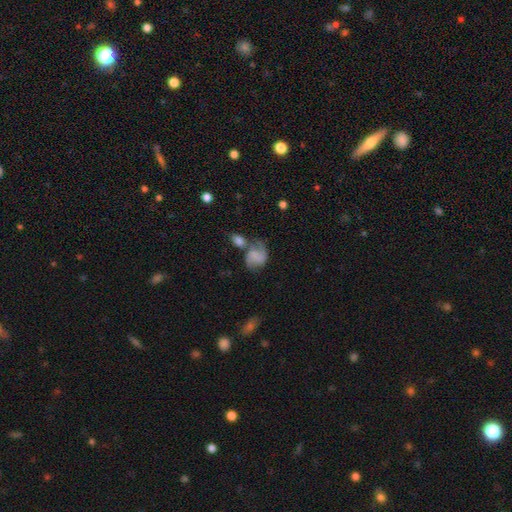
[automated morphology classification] smooth-or-featured: featured or disk: 57% | smooth: 34% | star or artifact: 9%
  disk-edge-on: no: 97% | yes: 3%
    bar: no: 55% | weak: 35% | strong: 10%
    has-spiral-arms: yes: 87% | no: 13%
    bulge-size: none: 61% | small: 20% | moderate: 12% | large: 5% | dominant: 2%
  merging: none: 36% | merger: 33% | minor disturbance: 18% | major disturbance: 13%